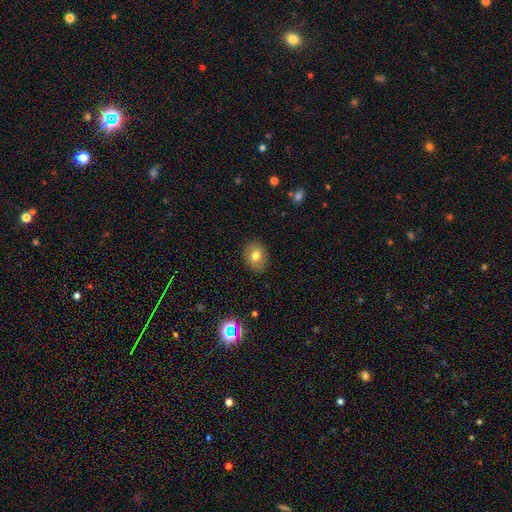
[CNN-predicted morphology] smooth_or_featured: smooth (p=0.75) [alt: featured or disk p=0.14]
how_rounded: round (p=0.53) [alt: in between p=0.46]
merging: none (p=0.88) [alt: minor disturbance p=0.09]